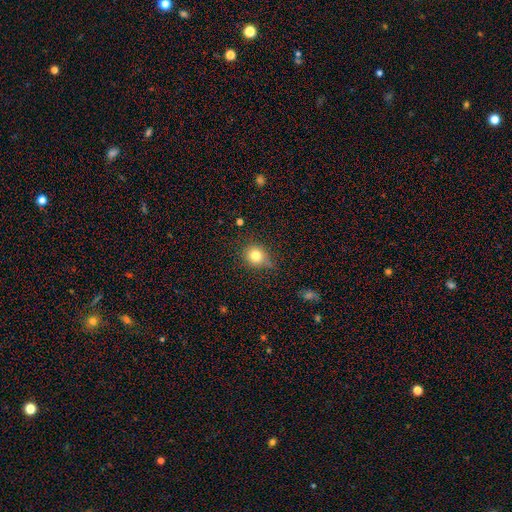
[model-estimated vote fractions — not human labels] This is likely a smooth galaxy (78%). How rounded: likely round (77%). Merging: likely none (66%).